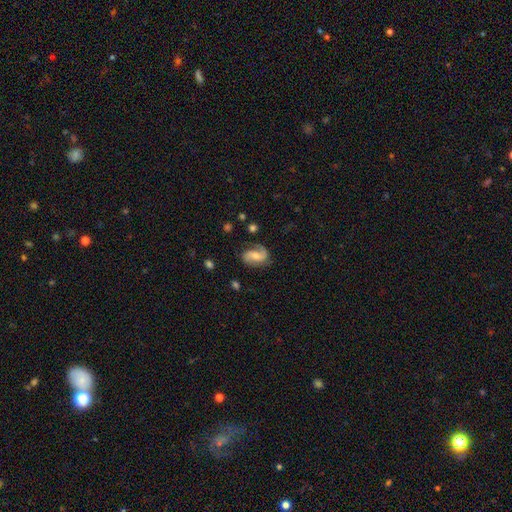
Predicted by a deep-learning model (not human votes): smooth-or-featured: featured or disk: 79% | smooth: 14% | star or artifact: 6%
  disk-edge-on: no: 97% | yes: 3%
    bar: no: 44% | weak: 40% | strong: 16%
    has-spiral-arms: yes: 96% | no: 4%
      spiral-winding: loose: 45% | medium: 40% | tight: 15%
      spiral-arm-count: 2: 88% | 1: 6% | can't tell: 3% | 3: 1% | 4: 1% | more than 4: 1%
    bulge-size: moderate: 50% | small: 39% | none: 6% | large: 4% | dominant: 1%
  merging: none: 74% | minor disturbance: 17% | major disturbance: 7% | merger: 2%